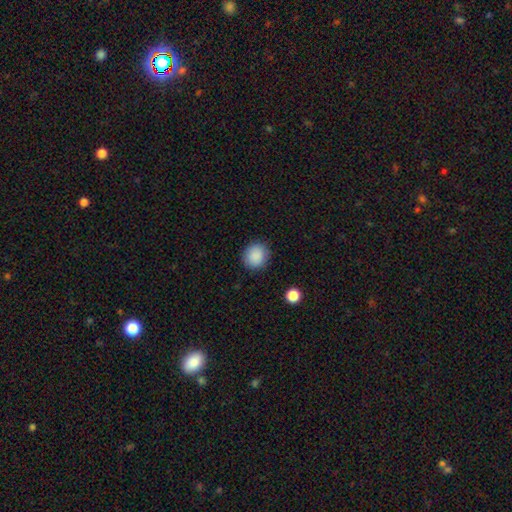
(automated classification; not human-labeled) Overall: smooth (88%). How rounded: round (85%). Merging: none (89%).